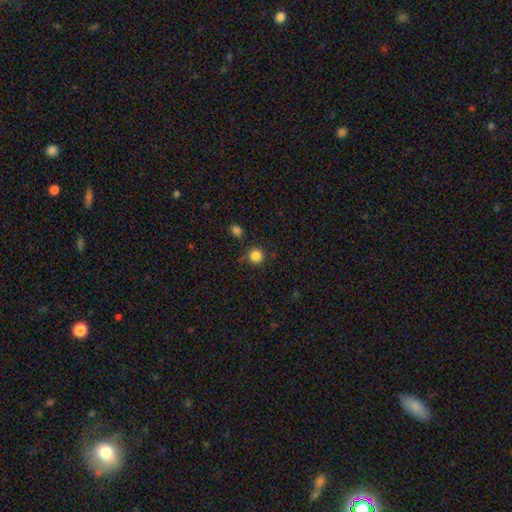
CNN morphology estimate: smooth_or_featured: smooth (p=0.85) [alt: star or artifact p=0.11]
how_rounded: round (p=0.94) [alt: in between p=0.05]
merging: none (p=0.82) [alt: minor disturbance p=0.11]